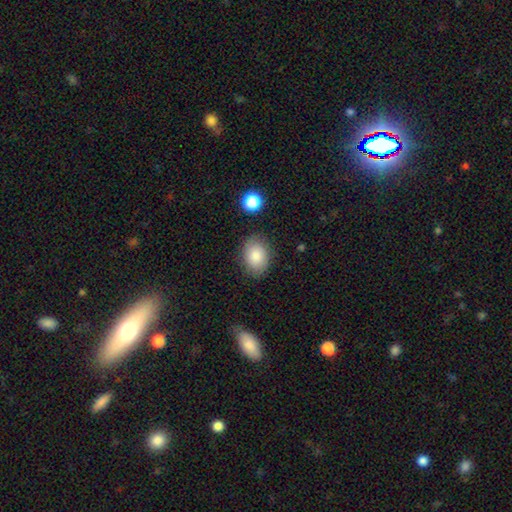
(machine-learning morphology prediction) The model was most divided on "how rounded": in between: 65%, round: 34%, cigar-shaped: 1%. More confident: smooth or featured — smooth (85%); merging — none (83%).